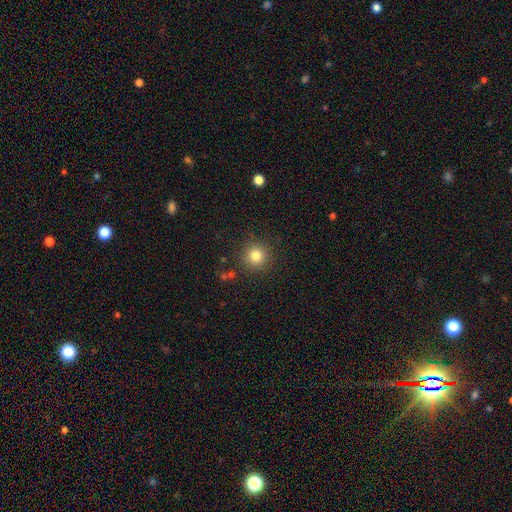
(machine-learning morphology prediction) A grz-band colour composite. It shows a smooth galaxy with no disk features (81%) that is round (94%). Merging: none (89%).